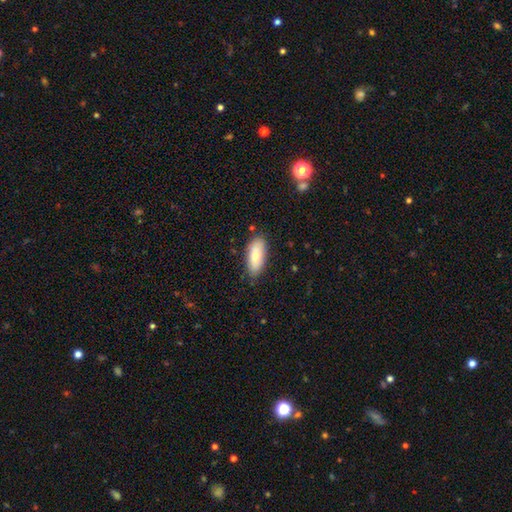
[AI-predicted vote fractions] This is likely a smooth galaxy (76%). How rounded: clearly in between (84%). Merging: clearly none (83%).